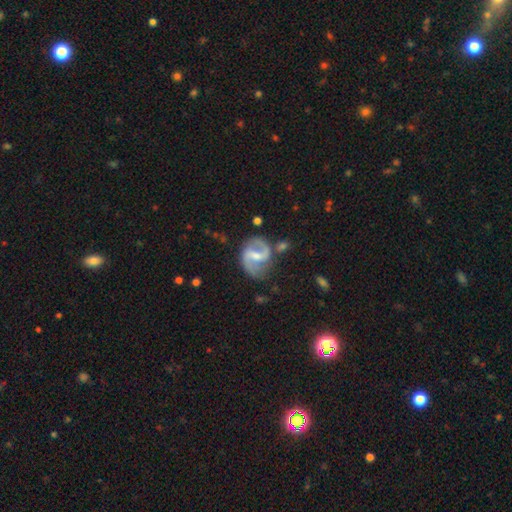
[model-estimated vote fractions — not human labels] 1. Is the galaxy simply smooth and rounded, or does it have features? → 86% featured or disk, 9% smooth, 5% star or artifact.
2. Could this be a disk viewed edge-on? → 98% no, 2% yes.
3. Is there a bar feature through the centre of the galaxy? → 50% weak, 35% strong, 15% no.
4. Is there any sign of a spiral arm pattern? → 94% yes, 6% no.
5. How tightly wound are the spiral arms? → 51% medium, 37% loose, 13% tight.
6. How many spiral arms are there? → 91% 2, 3% can't tell, 3% 1, 1% 3, 1% 4, 1% more than 4.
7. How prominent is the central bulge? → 45% moderate, 44% small, 7% none, 3% large, 1% dominant.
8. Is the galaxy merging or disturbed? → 71% none, 17% minor disturbance, 7% major disturbance, 4% merger.